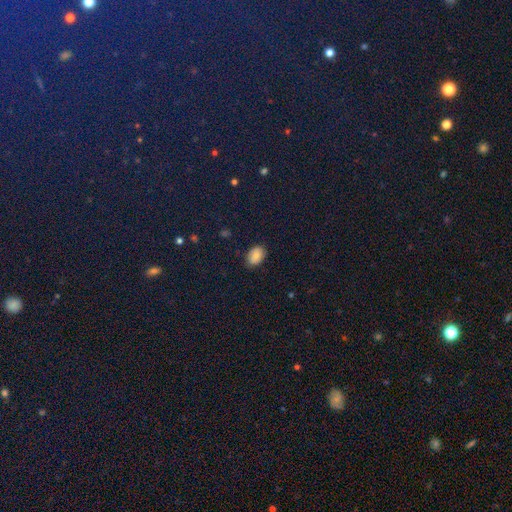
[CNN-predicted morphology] smooth 82%, star or artifact 11%, featured or disk 7%. Down the decision tree: how rounded — in between (84%); merging — none (84%).